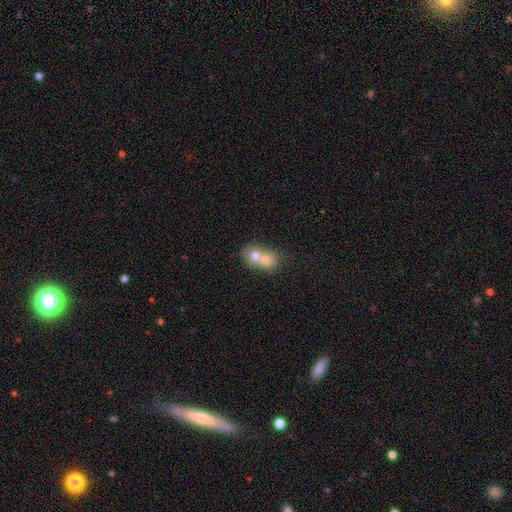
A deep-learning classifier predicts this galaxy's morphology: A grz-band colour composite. It shows a smooth galaxy with no disk features (67%) that is round (59%). Merging: merger (75%).